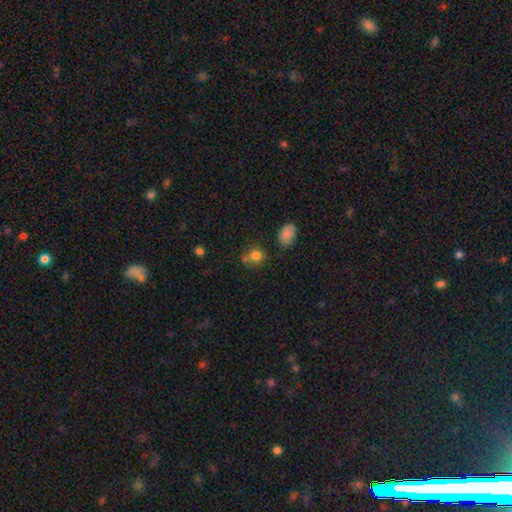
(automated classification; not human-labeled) smooth-or-featured: smooth: 78% | star or artifact: 13% | featured or disk: 9%
  how-rounded: round: 77% | in between: 22% | cigar-shaped: 1%
  merging: none: 59% | merger: 19% | minor disturbance: 16% | major disturbance: 5%